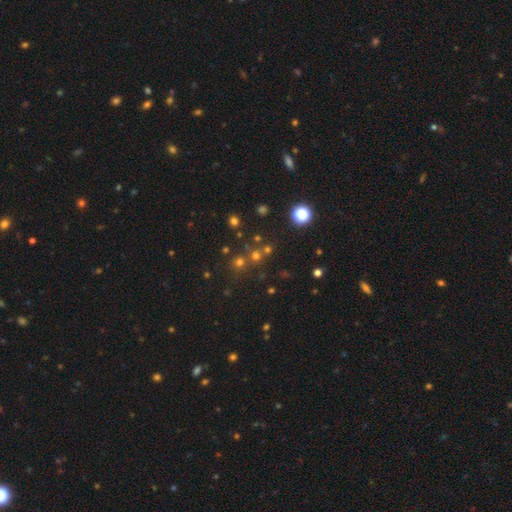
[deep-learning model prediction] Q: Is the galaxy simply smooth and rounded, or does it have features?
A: star or artifact — 46%.